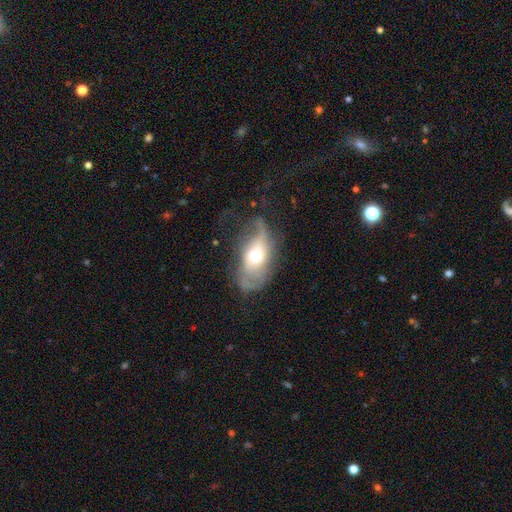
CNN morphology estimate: Smooth or featured? featured or disk (51%)
Edge-on disk? no (88%)
Merging? none (38%)